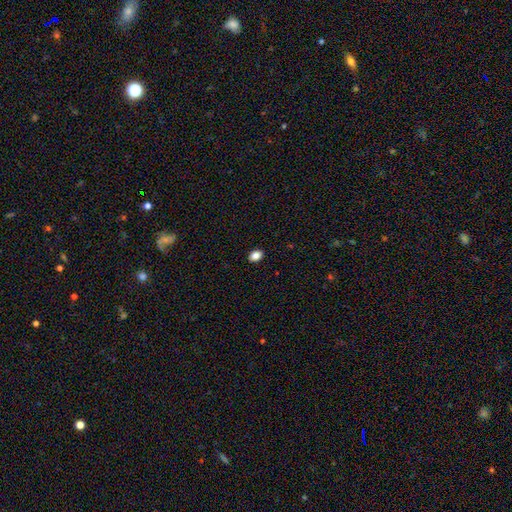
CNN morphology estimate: smooth-or-featured: smooth: 86% | star or artifact: 10% | featured or disk: 4%
  how-rounded: in between: 78% | round: 21% | cigar-shaped: 1%
  merging: none: 90% | minor disturbance: 8% | major disturbance: 2% | merger: 1%